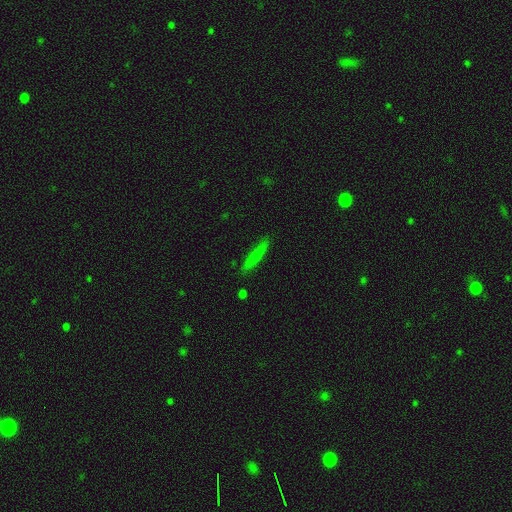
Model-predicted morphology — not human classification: smooth_or_featured: smooth (p=0.73) [alt: featured or disk p=0.20]
how_rounded: cigar-shaped (p=0.93) [alt: in between p=0.05]
merging: none (p=0.85) [alt: minor disturbance p=0.11]